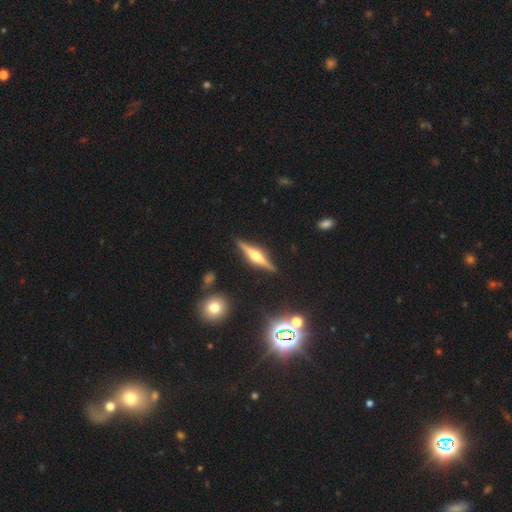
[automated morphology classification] Smooth or featured: featured or disk — 78% (smooth — 15%)
Edge-on disk: yes — 98% (no — 2%)
Edge-on bulge: rounded — 87% (boxy — 10%)
Merging: none — 89% (minor disturbance — 7%)